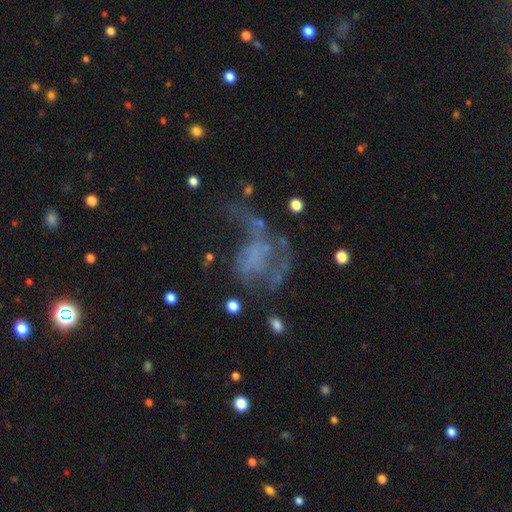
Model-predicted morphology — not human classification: This appears to be a featured or disk galaxy (60%) with no bar (82%), no spiral arms (64%) and no central bulge (78%). Merging: major disturbance (54%).